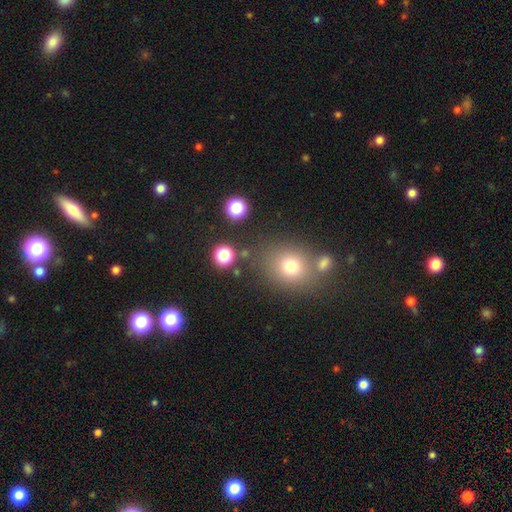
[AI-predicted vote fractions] The model was most divided on "smooth or featured": smooth: 61%, star or artifact: 28%, featured or disk: 11%. More confident: merging — none (74%); how rounded — round (71%).